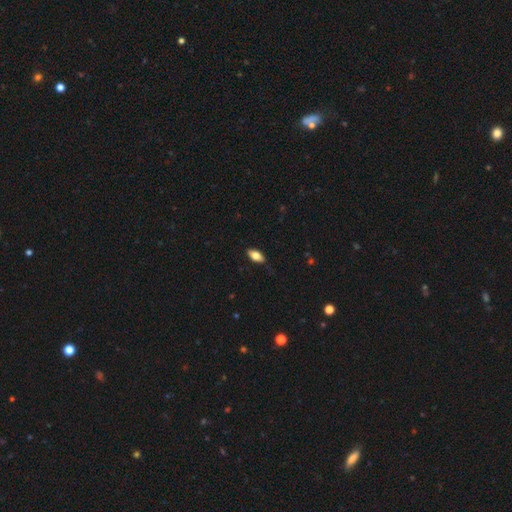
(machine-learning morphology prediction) Smooth or featured?
  - smooth: 73% *
  - featured or disk: 20%
  - star or artifact: 7%
How rounded?
  - in between: 88% *
  - cigar-shaped: 9%
  - round: 3%
Merging?
  - none: 84% *
  - minor disturbance: 13%
  - major disturbance: 2%
  - merger: 1%